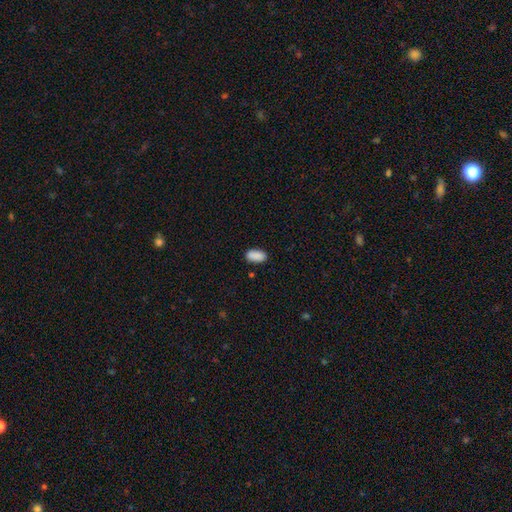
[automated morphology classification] Overall: smooth (89%). How rounded: in between (93%). Merging: none (86%).